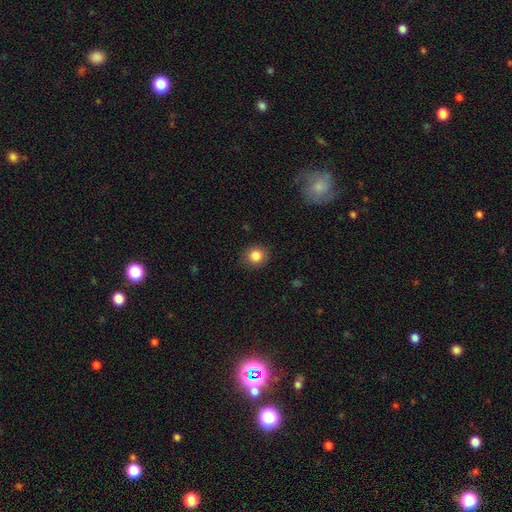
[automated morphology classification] type=smooth (86%); roundness=round (85%); merging=none (87%).